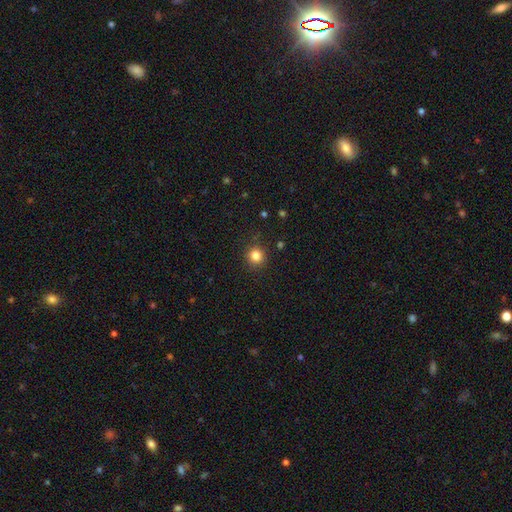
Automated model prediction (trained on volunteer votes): smooth-or-featured: smooth: 83% | star or artifact: 12% | featured or disk: 5%
  how-rounded: round: 92% | in between: 7% | cigar-shaped: 1%
  merging: none: 89% | minor disturbance: 8% | major disturbance: 2% | merger: 1%